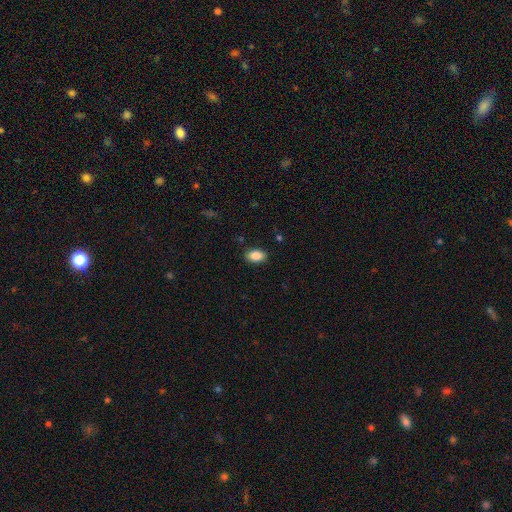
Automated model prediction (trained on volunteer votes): Overall: smooth (87%). How rounded: in between (90%). Merging: none (87%).